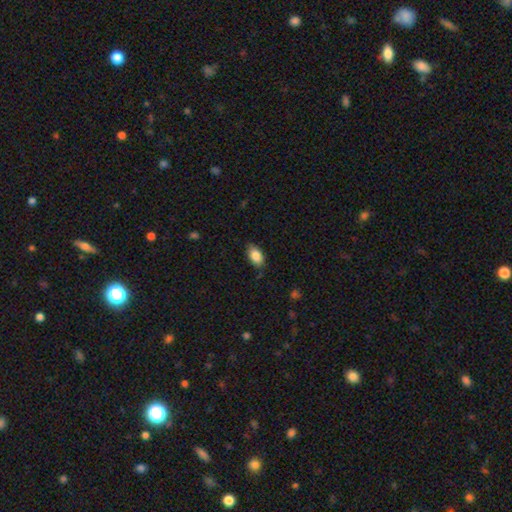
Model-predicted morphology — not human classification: smooth-or-featured: smooth: 85% | featured or disk: 8% | star or artifact: 7%
  how-rounded: in between: 92% | round: 5% | cigar-shaped: 3%
  merging: none: 82% | minor disturbance: 15% | major disturbance: 3% | merger: 1%